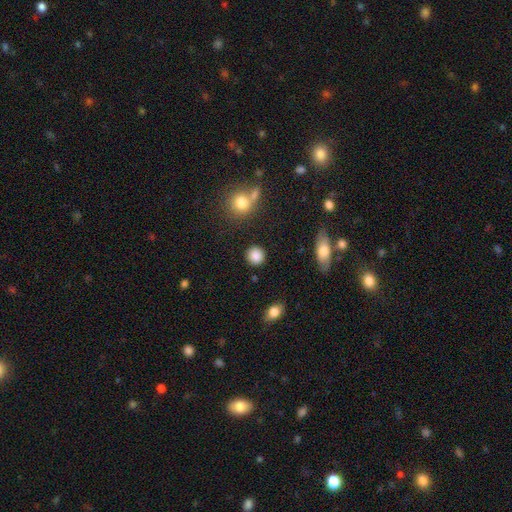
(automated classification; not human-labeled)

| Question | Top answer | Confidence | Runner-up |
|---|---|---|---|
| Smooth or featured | smooth | 86% | star or artifact (9%) |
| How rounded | round | 90% | in between (9%) |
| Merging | none | 88% | minor disturbance (7%) |